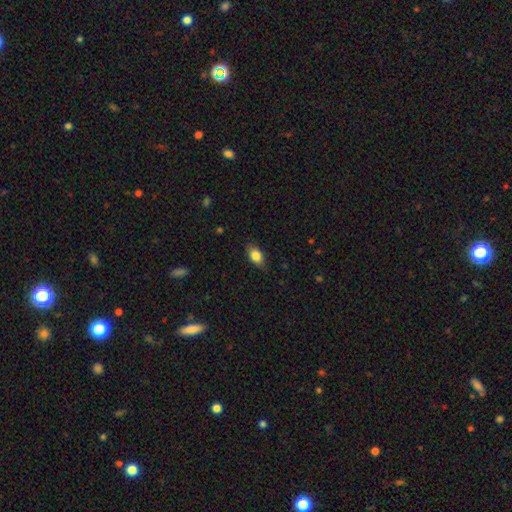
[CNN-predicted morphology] A smooth galaxy with no disk features (84%) that is in between round and cigar-shaped (87%). Merging: none (82%).